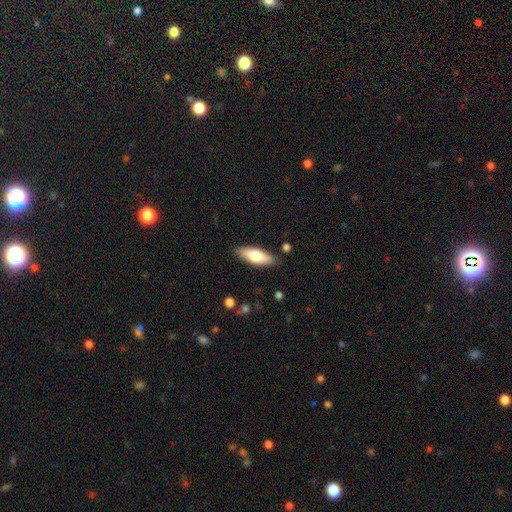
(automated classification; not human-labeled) This is likely a smooth galaxy (71%). How rounded: likely in between (61%). Merging: clearly none (87%).